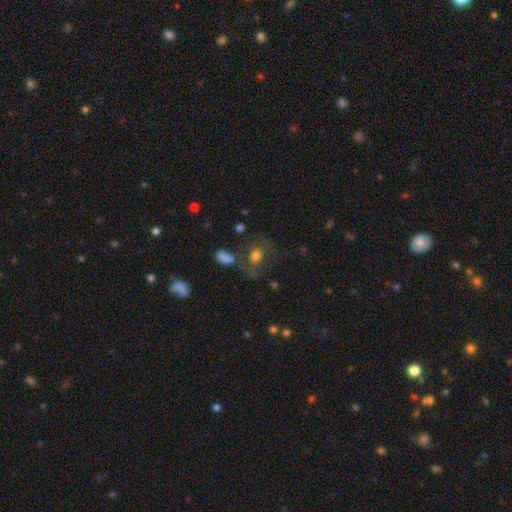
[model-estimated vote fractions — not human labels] smooth 58%, featured or disk 28%, star or artifact 14%. Down the decision tree: how rounded — in between (51%); merging — none (56%).